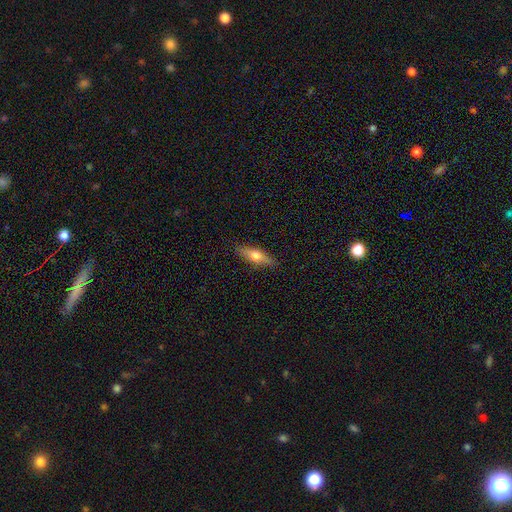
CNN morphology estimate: type=smooth (54%); roundness=cigar-shaped (50%); merging=none (86%).